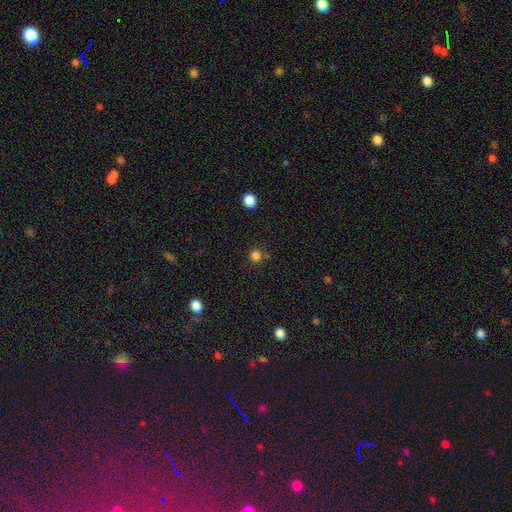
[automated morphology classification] This is likely a smooth galaxy (79%). How rounded: clearly round (89%). Merging: likely none (77%).